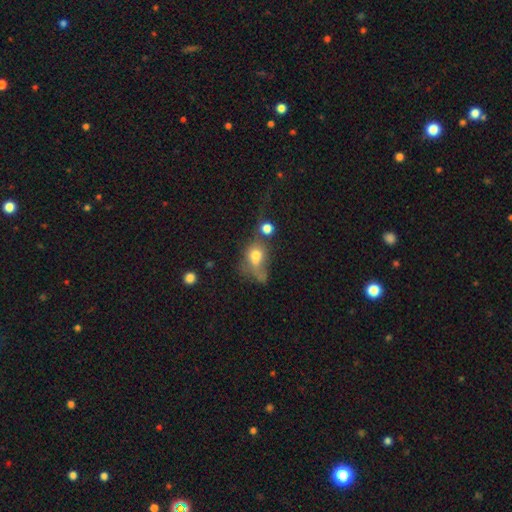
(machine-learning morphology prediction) A smooth galaxy with no disk features (65%) that is in between round and cigar-shaped (51%). Merging: merger (37%).